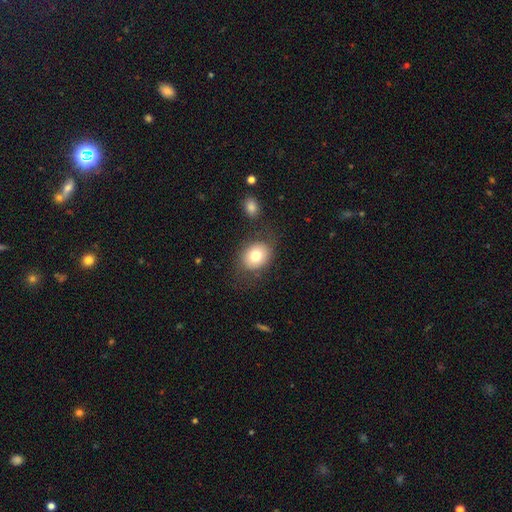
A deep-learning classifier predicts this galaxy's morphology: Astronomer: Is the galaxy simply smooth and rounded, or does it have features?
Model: smooth — 76%.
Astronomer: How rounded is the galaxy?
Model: round — 52% (runner-up: in between, 47%).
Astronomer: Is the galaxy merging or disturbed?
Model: none — 73%.